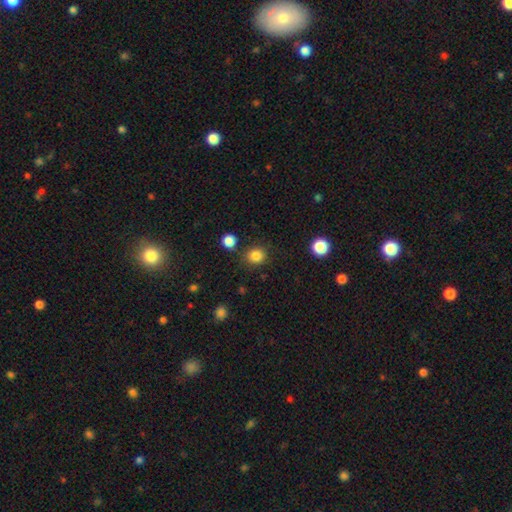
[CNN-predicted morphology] Overall: smooth (84%). How rounded: round (84%). Merging: none (83%).